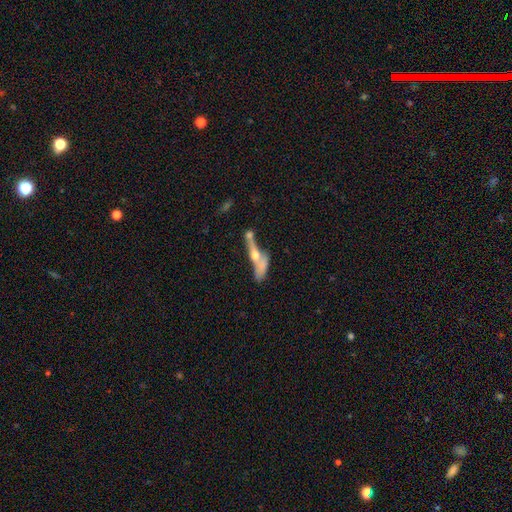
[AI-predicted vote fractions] Smooth or featured?
  - featured or disk: 54% *
  - smooth: 37%
  - star or artifact: 10%
Edge-on disk?
  - yes: 67% *
  - no: 33%
Merging?
  - merger: 41% *
  - none: 28%
  - major disturbance: 17%
  - minor disturbance: 14%